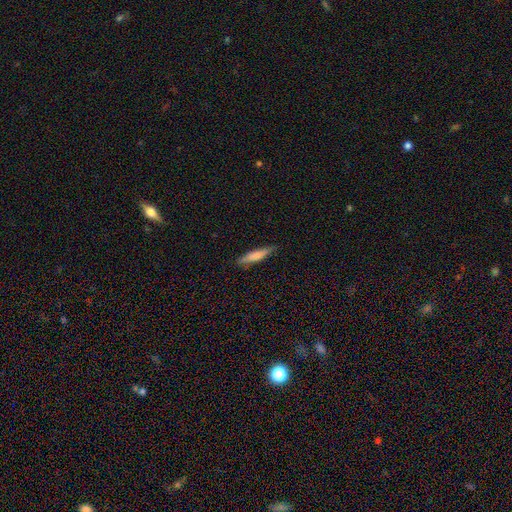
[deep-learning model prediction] Morphology: type=smooth (69%); roundness=cigar-shaped (85%); merging=none (85%).